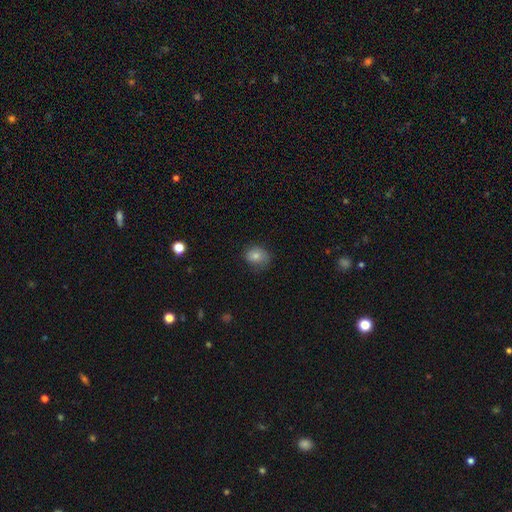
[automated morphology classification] A smooth galaxy with no disk features (78%) that is round (53%).

Vote fractions:
- Smooth or featured? smooth: 78% / featured or disk: 12% / star or artifact: 10%
- How rounded? round: 53% / in between: 46% / cigar-shaped: 1%
- Merging? none: 65% / minor disturbance: 25% / major disturbance: 9% / merger: 1%